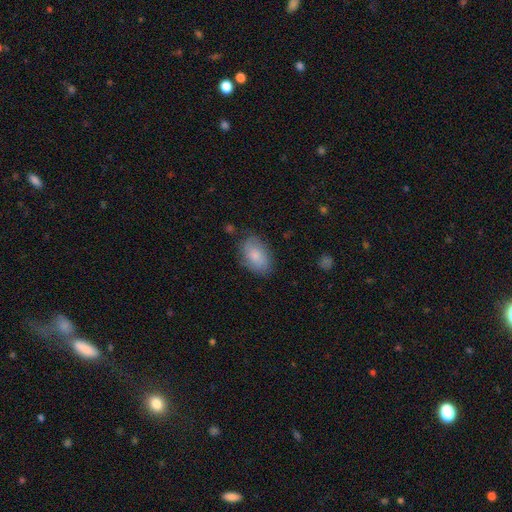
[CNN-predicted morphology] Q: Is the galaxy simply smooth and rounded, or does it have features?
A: smooth — 75%.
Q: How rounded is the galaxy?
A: in between — 90%.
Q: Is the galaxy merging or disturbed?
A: none — 73%.